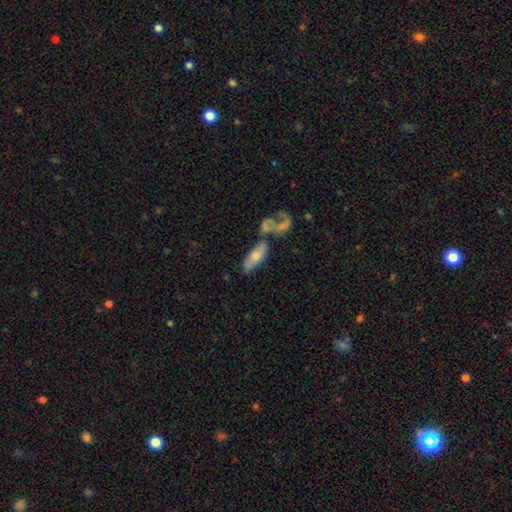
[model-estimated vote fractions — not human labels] Smooth or featured: smooth — 54% (featured or disk — 38%)
How rounded: in between — 69% (cigar-shaped — 28%)
Merging: merger — 40% (none — 35%)